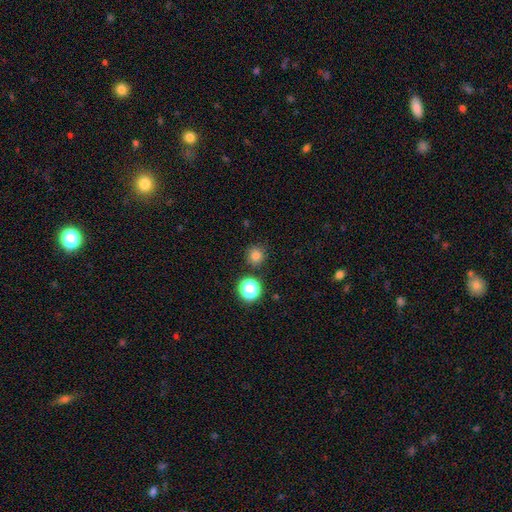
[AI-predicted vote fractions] Smooth or featured? Predicted: smooth (p=0.78). How rounded? Predicted: round (p=0.94). Merging? Predicted: none (p=0.86).